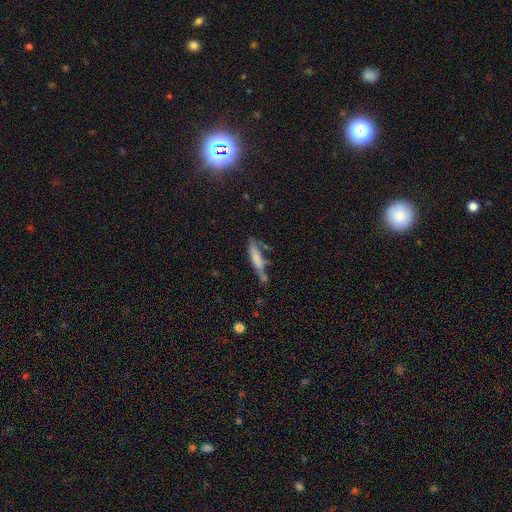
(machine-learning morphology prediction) This appears to be a smooth galaxy with no disk features (42%). Merging: none (65%).